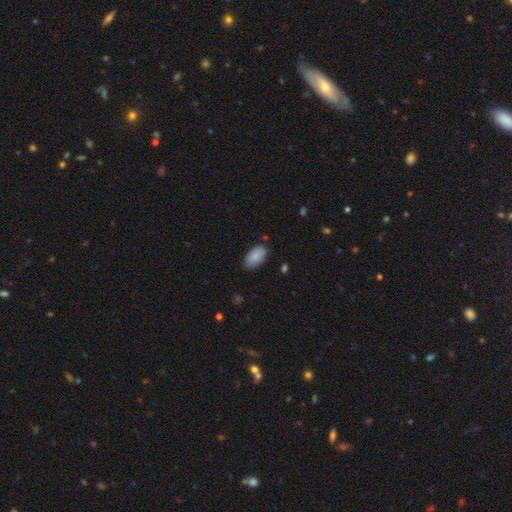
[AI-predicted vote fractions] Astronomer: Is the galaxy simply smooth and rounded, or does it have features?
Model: smooth — 88%.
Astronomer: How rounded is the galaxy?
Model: in between — 95%.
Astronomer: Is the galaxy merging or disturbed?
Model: none — 80%.